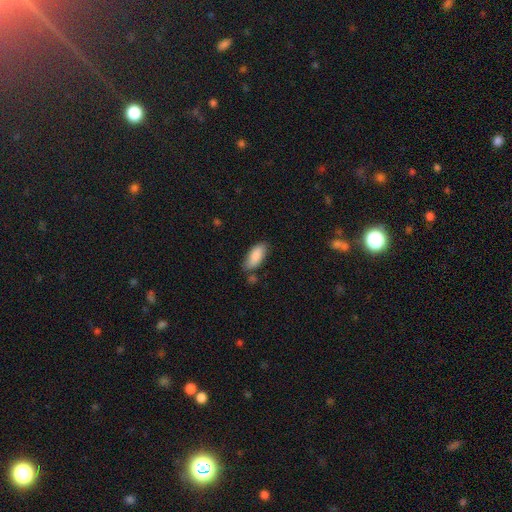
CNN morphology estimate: Q: Smooth or featured?
A: smooth (86%); runner-up: featured or disk (7%)
Q: How rounded?
A: in between (85%); runner-up: cigar-shaped (13%)
Q: Merging?
A: none (72%); runner-up: minor disturbance (18%)